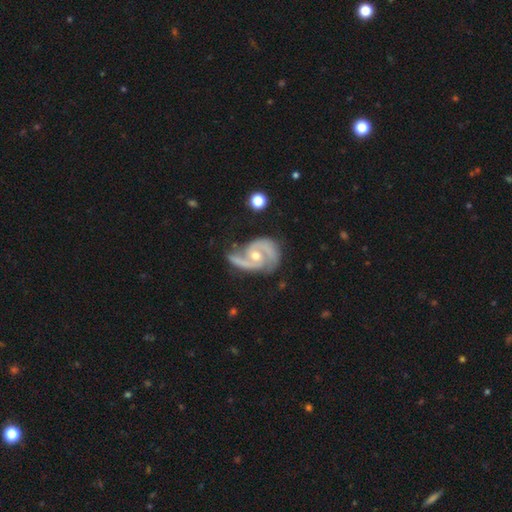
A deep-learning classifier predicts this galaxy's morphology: The model was most divided on "bar": no: 54%, weak: 33%, strong: 12%. More confident: edge-on disk — no (98%); spiral arms — yes (98%); smooth or featured — featured or disk (91%); spiral arm count — 2 (88%); bulge size — moderate (61%); merging — none (59%); spiral winding — medium (55%).